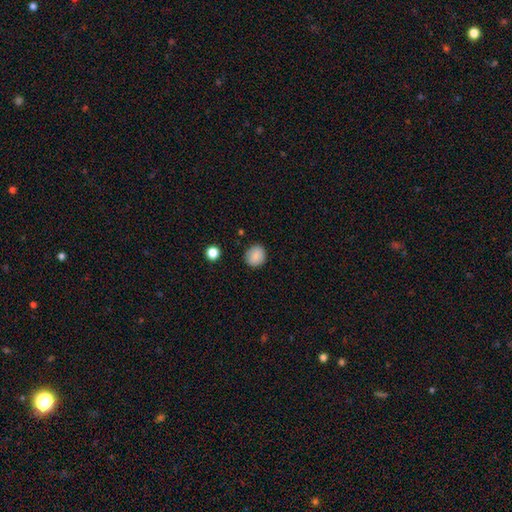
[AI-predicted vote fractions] smooth-or-featured: smooth: 86% | star or artifact: 9% | featured or disk: 5%
  how-rounded: round: 77% | in between: 22% | cigar-shaped: 1%
  merging: none: 88% | minor disturbance: 9% | major disturbance: 2% | merger: 1%